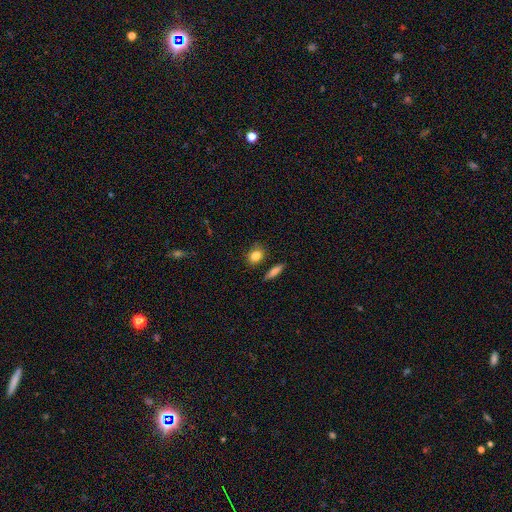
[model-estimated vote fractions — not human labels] This is clearly a smooth galaxy (83%). How rounded: possibly round (52%). Merging: likely none (79%).